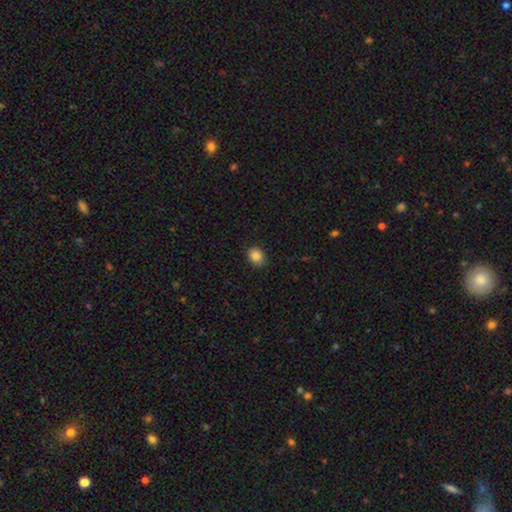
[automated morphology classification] The model was most divided on "how rounded": in between: 50%, round: 49%, cigar-shaped: 1%. More confident: smooth or featured — smooth (87%); merging — none (86%).